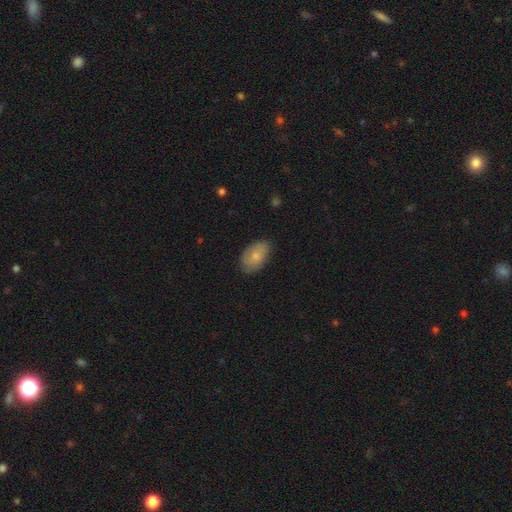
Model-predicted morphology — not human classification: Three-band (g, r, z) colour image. It shows a smooth galaxy with no disk features (74%) that is in between round and cigar-shaped (91%). Merging: none (76%).